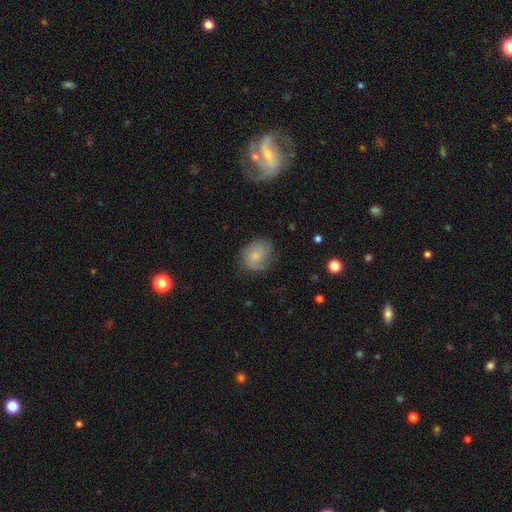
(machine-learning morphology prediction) This is likely a smooth galaxy (62%). How rounded: likely round (61%). Merging: likely none (70%).